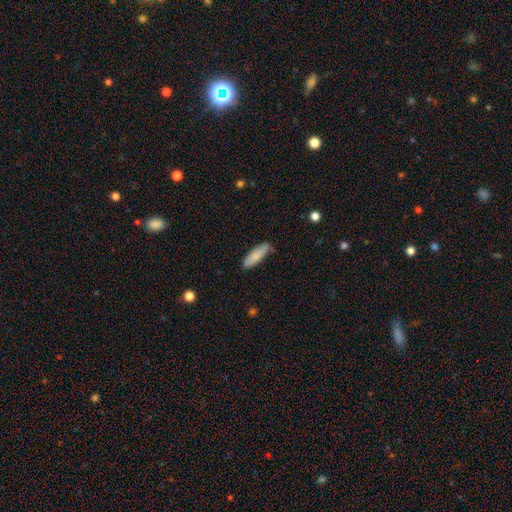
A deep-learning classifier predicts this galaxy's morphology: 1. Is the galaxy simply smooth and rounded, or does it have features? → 85% smooth, 10% featured or disk, 6% star or artifact.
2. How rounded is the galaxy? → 52% in between, 47% cigar-shaped, 2% round.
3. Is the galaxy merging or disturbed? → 78% none, 18% minor disturbance, 3% major disturbance, 2% merger.